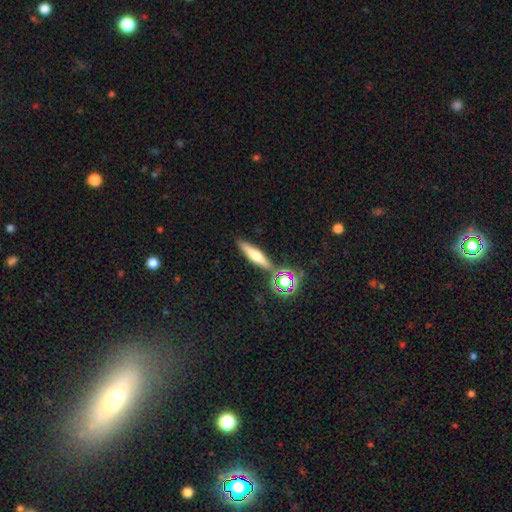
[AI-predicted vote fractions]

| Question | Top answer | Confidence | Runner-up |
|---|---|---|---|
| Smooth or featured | smooth | 47% | featured or disk (38%) |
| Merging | none | 80% | minor disturbance (9%) |